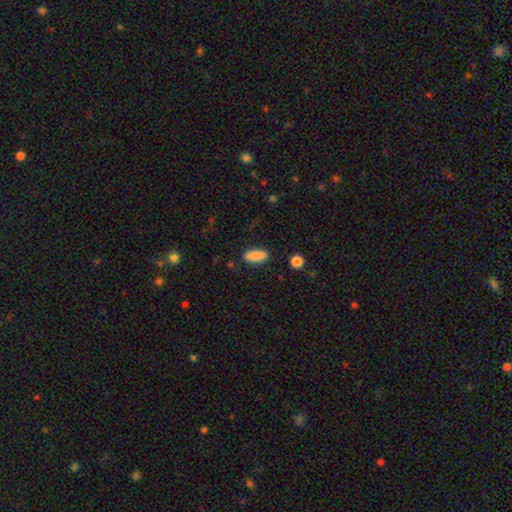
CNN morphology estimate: type=smooth (88%); roundness=in between (71%); merging=none (87%).